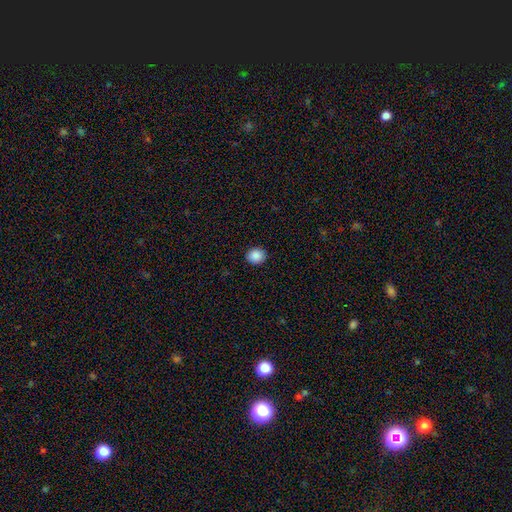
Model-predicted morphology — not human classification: smooth 88%, star or artifact 9%, featured or disk 3%. Down the decision tree: how rounded — round (71%); merging — none (91%).